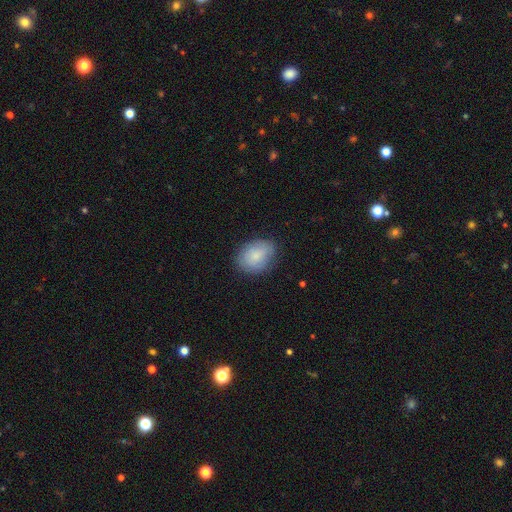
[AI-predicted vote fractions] Smooth or featured?
  - smooth: 78% *
  - featured or disk: 15%
  - star or artifact: 7%
How rounded?
  - in between: 72% *
  - round: 27%
  - cigar-shaped: 1%
Merging?
  - none: 77% *
  - minor disturbance: 17%
  - major disturbance: 4%
  - merger: 1%